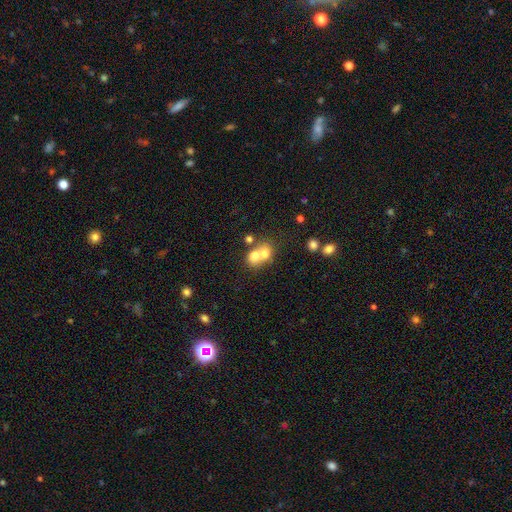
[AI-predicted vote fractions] Morphology: type=smooth (67%); roundness=round (63%); merging=merger (68%).